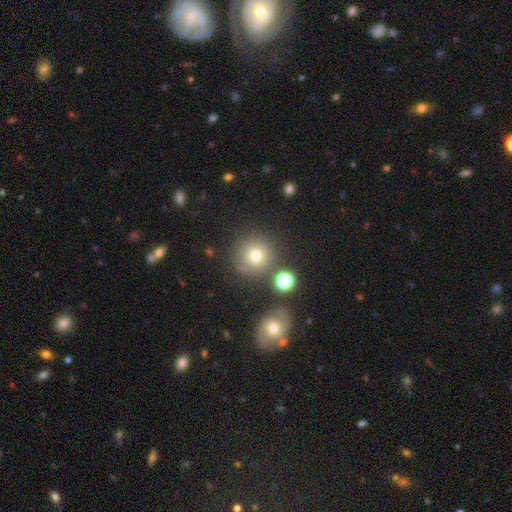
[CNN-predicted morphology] type=smooth (72%); roundness=round (93%); merging=none (75%).